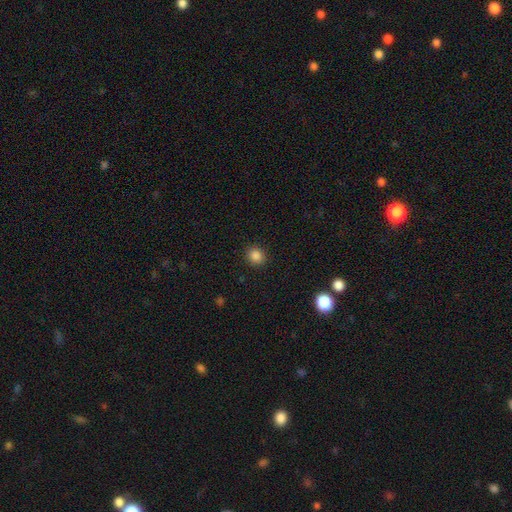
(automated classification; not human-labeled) Smooth or featured? Predicted: smooth (p=0.86). How rounded? Predicted: round (p=0.77). Merging? Predicted: none (p=0.90).